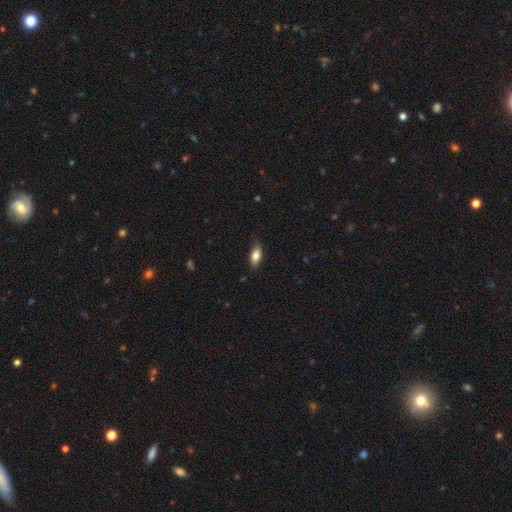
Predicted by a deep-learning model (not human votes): smooth_or_featured: smooth (p=0.81) [alt: featured or disk p=0.12]
how_rounded: in between (p=0.84) [alt: cigar-shaped p=0.12]
merging: none (p=0.81) [alt: minor disturbance p=0.16]